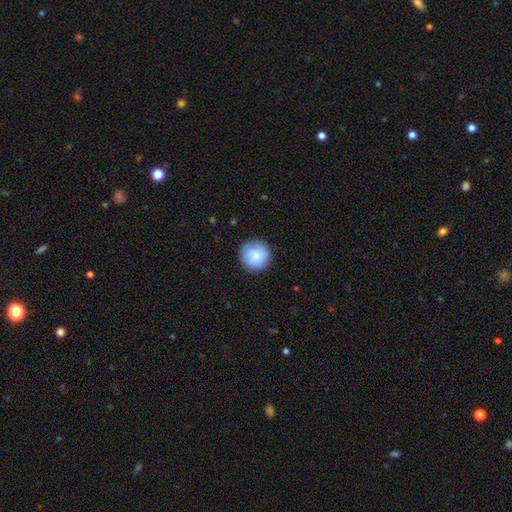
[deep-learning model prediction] This appears to be a smooth galaxy with no disk features (82%) that is round (95%). Merging: none (86%).